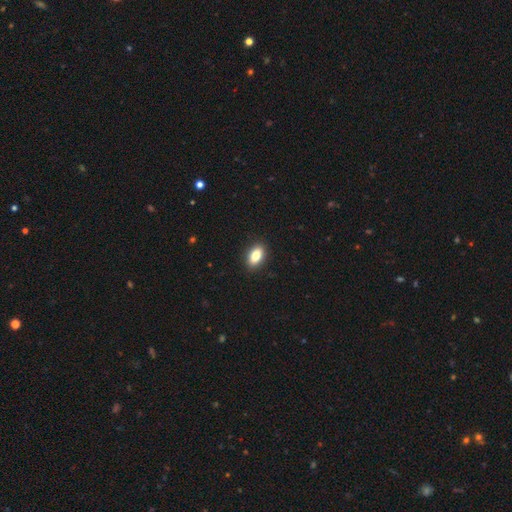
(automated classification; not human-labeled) Smooth or featured?
  - smooth: 82% *
  - featured or disk: 10%
  - star or artifact: 8%
How rounded?
  - in between: 89% *
  - round: 8%
  - cigar-shaped: 3%
Merging?
  - none: 91% *
  - minor disturbance: 7%
  - major disturbance: 2%
  - merger: 1%